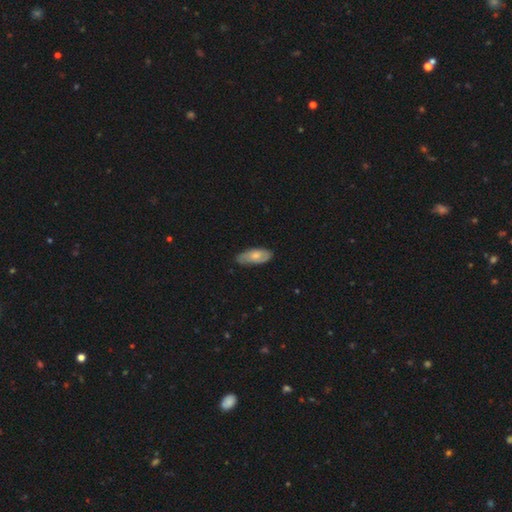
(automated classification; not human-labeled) smooth-or-featured: smooth: 66% | featured or disk: 28% | star or artifact: 6%
  how-rounded: in between: 85% | cigar-shaped: 13% | round: 2%
  merging: none: 71% | minor disturbance: 24% | major disturbance: 4% | merger: 1%